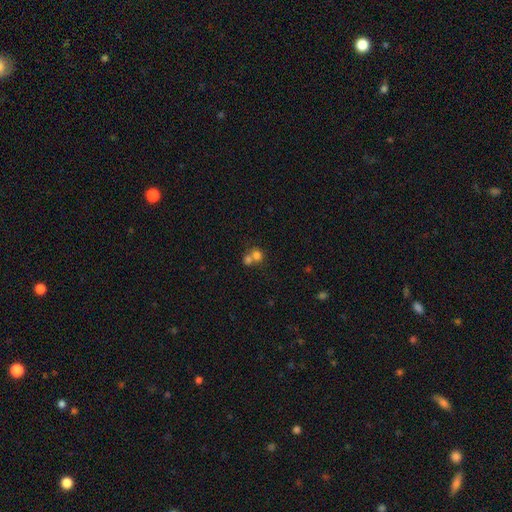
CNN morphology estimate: A smooth galaxy with no disk features (72%) that is round (73%). Merging: merger (63%).